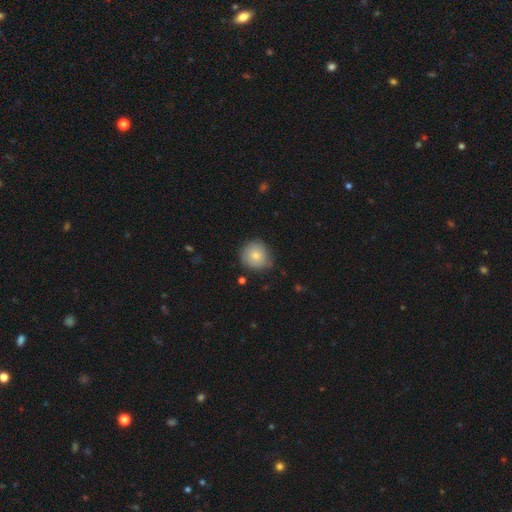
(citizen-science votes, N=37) smooth 84%, featured or disk 14%, star or artifact 3%. Down the decision tree: how rounded — round (87%); merging — none (83%).